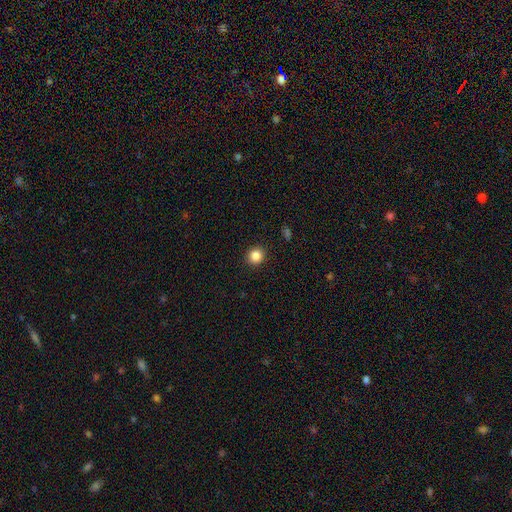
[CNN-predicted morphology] Smooth or featured: smooth — 86% (star or artifact — 10%)
How rounded: round — 89% (in between — 10%)
Merging: none — 92% (minor disturbance — 5%)